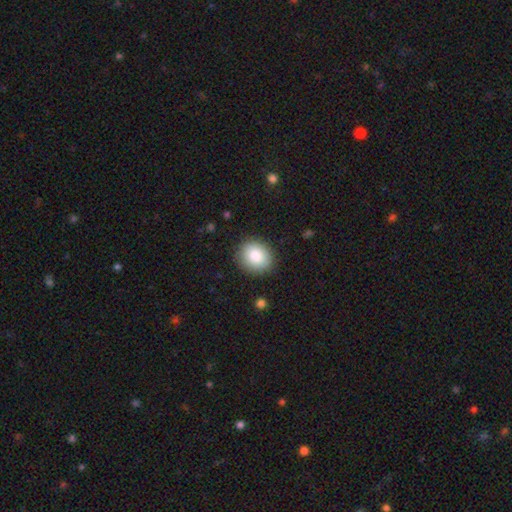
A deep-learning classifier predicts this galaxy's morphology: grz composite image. It shows a smooth galaxy with no disk features (86%) that is round (65%). Merging: none (88%).